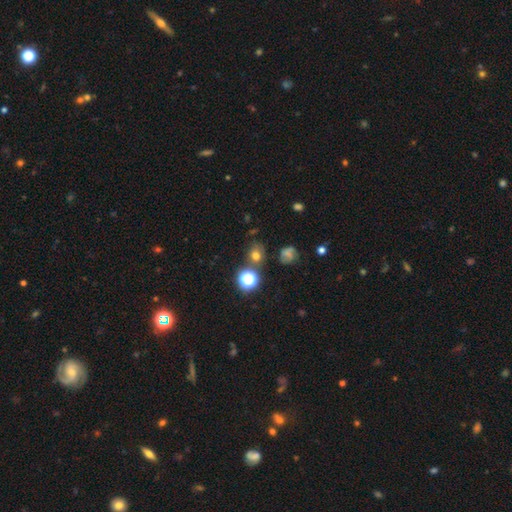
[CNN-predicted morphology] A smooth galaxy with no disk features (64%) that is round (74%). Merging: none (73%).